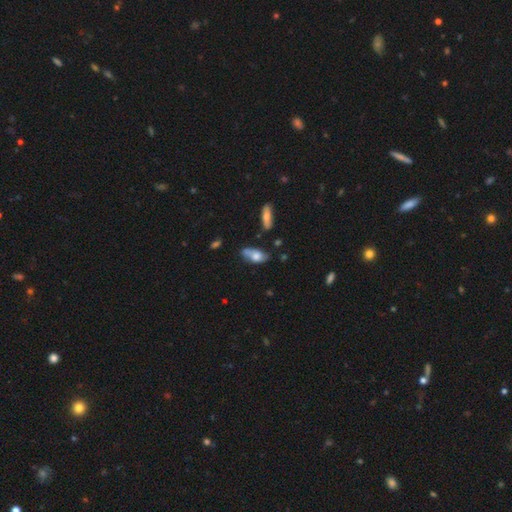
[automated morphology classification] Overall: smooth (65%; featured or disk 27%). How rounded: in between (84%). Merging: none (49%; minor disturbance 33%).